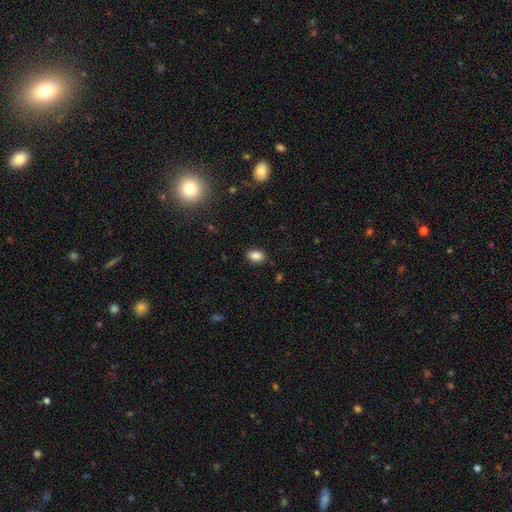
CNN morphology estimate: This appears to be a smooth galaxy with no disk features (86%) that is in between round and cigar-shaped (87%). Merging: none (86%).